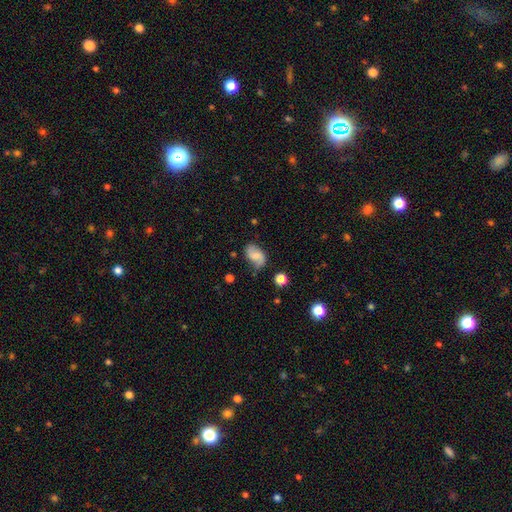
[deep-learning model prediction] smooth-or-featured: featured or disk: 51% | smooth: 40% | star or artifact: 9%
  disk-edge-on: no: 97% | yes: 3%
  merging: none: 68% | minor disturbance: 22% | major disturbance: 7% | merger: 3%